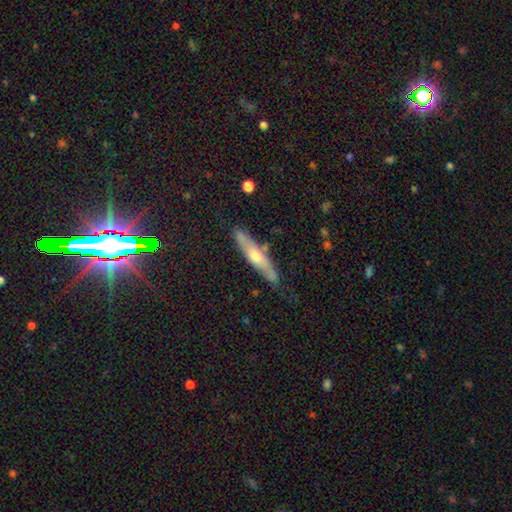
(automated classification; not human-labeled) A featured or disk galaxy (54%) viewed edge-on (81%). Merging: none (79%).